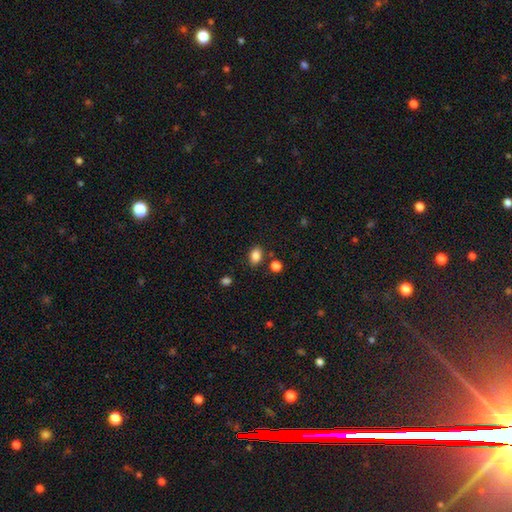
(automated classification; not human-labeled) Smooth or featured? smooth (85%)
How rounded? in between (79%)
Merging? none (81%)